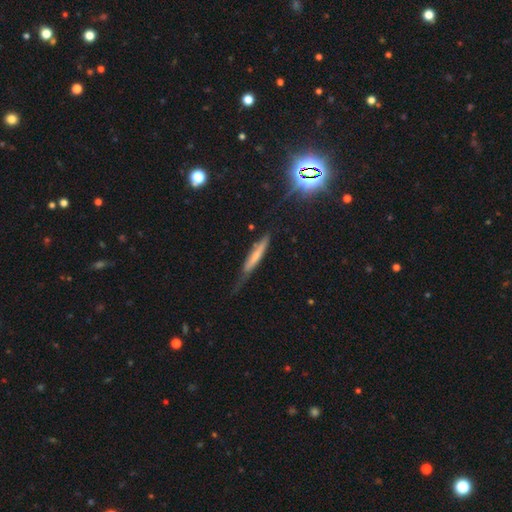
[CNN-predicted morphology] The model was most divided on "smooth or featured": smooth: 52%, featured or disk: 39%, star or artifact: 9%. More confident: how rounded — cigar-shaped (91%); merging — none (52%).